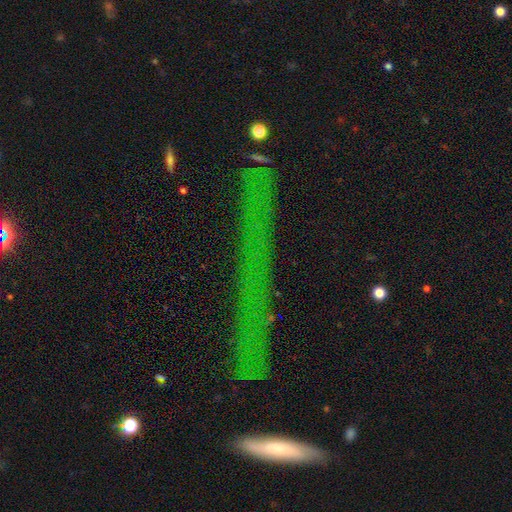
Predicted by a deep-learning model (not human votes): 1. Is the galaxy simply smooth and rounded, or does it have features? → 53% star or artifact, 24% smooth, 24% featured or disk.